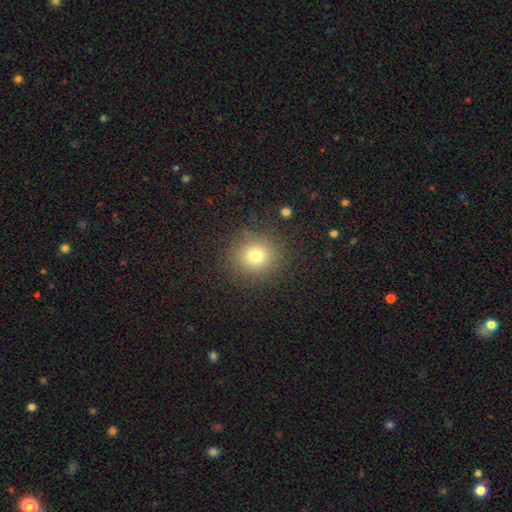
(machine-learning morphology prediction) The model was most divided on "smooth or featured": smooth: 74%, star or artifact: 16%, featured or disk: 10%. More confident: how rounded — round (89%); merging — none (86%).